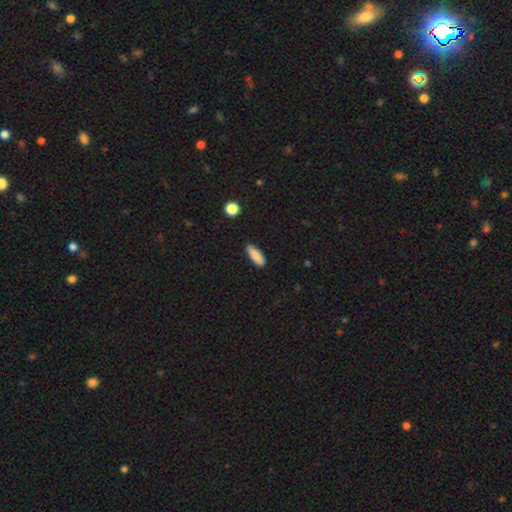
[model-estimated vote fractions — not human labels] Overall: smooth (87%). How rounded: in between (67%; cigar-shaped 31%). Merging: none (84%).